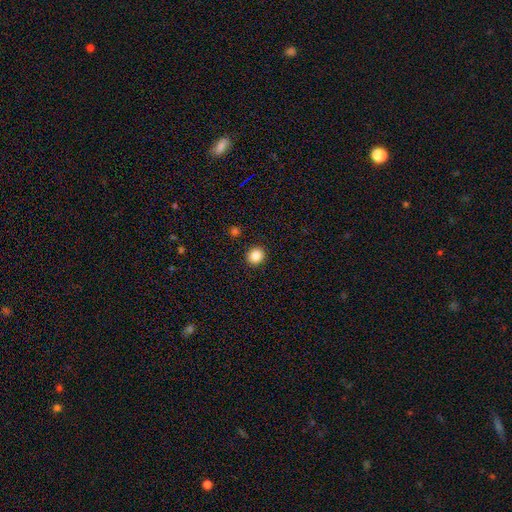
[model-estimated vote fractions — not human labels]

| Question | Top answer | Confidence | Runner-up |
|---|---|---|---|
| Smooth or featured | smooth | 87% | star or artifact (10%) |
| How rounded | round | 84% | in between (15%) |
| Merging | none | 91% | minor disturbance (5%) |